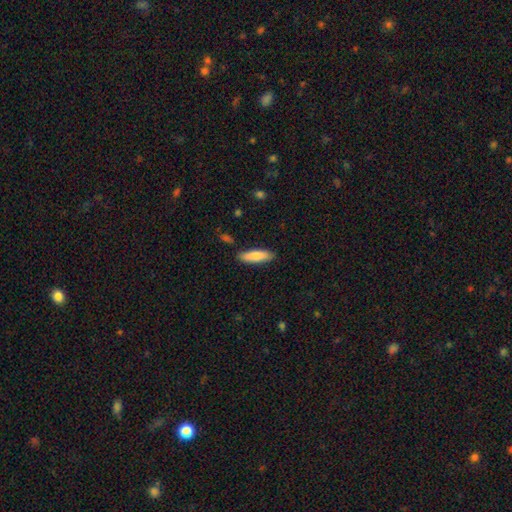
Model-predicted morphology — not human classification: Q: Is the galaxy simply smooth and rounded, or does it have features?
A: smooth — 81%.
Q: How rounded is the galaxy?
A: cigar-shaped — 60%.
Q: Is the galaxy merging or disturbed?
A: none — 86%.